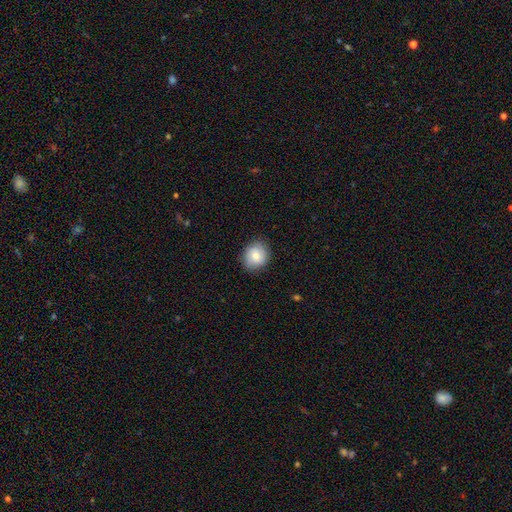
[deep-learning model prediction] A smooth galaxy with no disk features (76%) that is round (73%). Merging: none (85%).